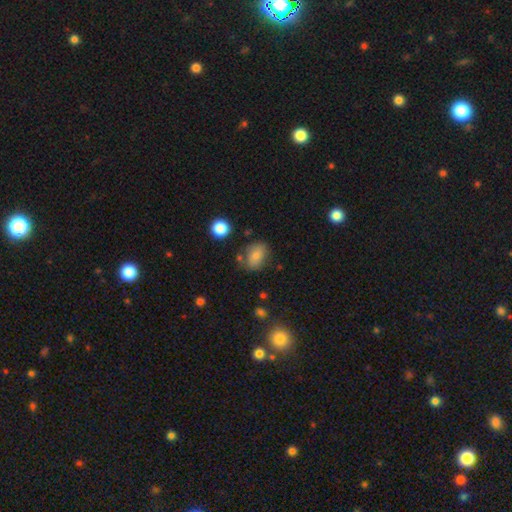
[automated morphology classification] Smooth or featured? Predicted: smooth (p=0.75). How rounded? Predicted: in between (p=0.73). Merging? Predicted: none (p=0.67).